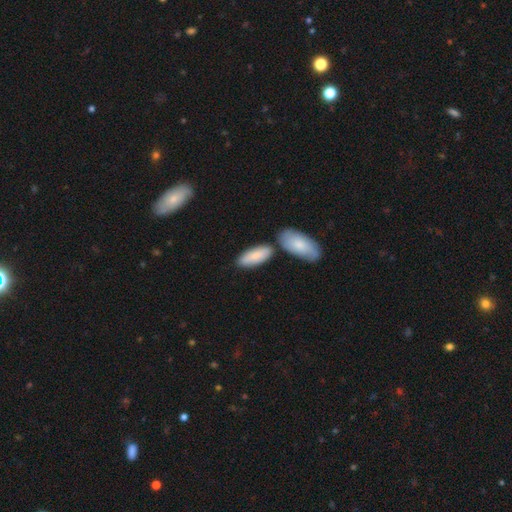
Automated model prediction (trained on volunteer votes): Q: Smooth or featured?
A: smooth (82%); runner-up: featured or disk (13%)
Q: How rounded?
A: in between (76%); runner-up: cigar-shaped (22%)
Q: Merging?
A: none (62%); runner-up: merger (18%)